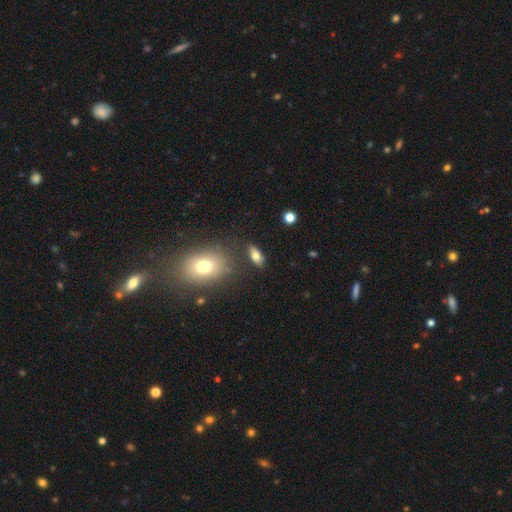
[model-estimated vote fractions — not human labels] Morphology: type=smooth (67%); roundness=in between (76%); merging=none (80%).